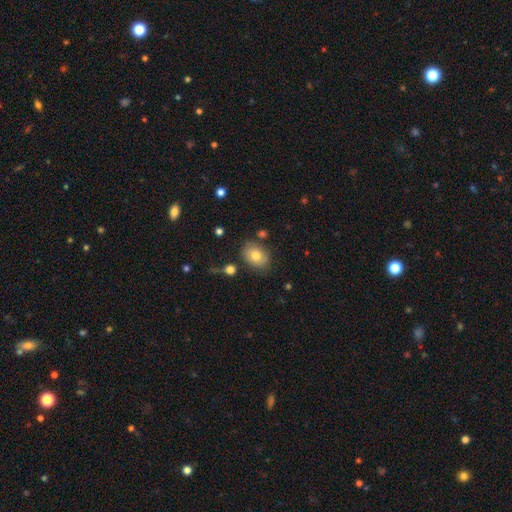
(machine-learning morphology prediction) Smooth or featured: smooth — 76% (featured or disk — 15%)
How rounded: in between — 68% (round — 30%)
Merging: none — 77% (minor disturbance — 15%)